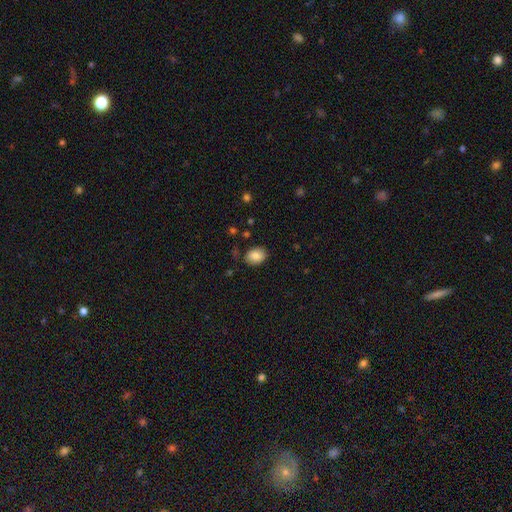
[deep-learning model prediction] Q: Smooth or featured?
A: smooth (86%); runner-up: star or artifact (8%)
Q: How rounded?
A: in between (66%); runner-up: round (33%)
Q: Merging?
A: none (81%); runner-up: minor disturbance (14%)